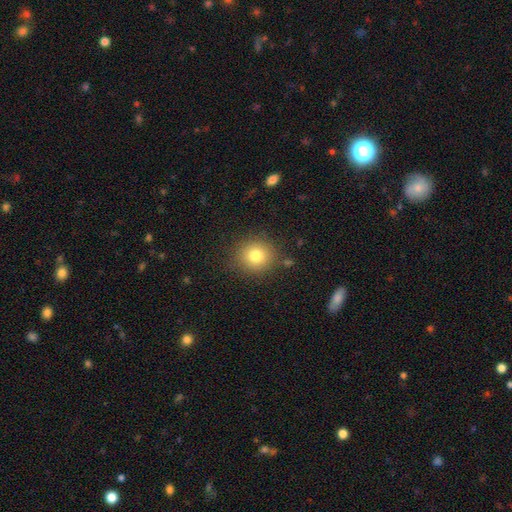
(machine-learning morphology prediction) Q: Smooth or featured?
A: smooth (80%); runner-up: star or artifact (12%)
Q: How rounded?
A: round (89%); runner-up: in between (10%)
Q: Merging?
A: none (85%); runner-up: minor disturbance (9%)